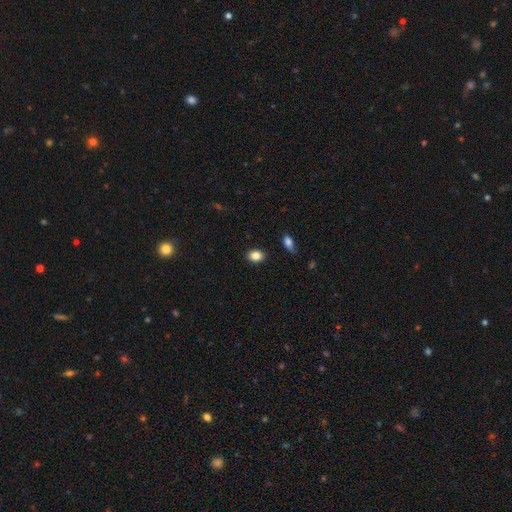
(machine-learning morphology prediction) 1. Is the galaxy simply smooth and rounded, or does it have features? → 85% smooth, 9% star or artifact, 6% featured or disk.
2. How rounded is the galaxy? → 61% in between, 37% round, 1% cigar-shaped.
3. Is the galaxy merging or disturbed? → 88% none, 8% minor disturbance, 2% major disturbance, 2% merger.